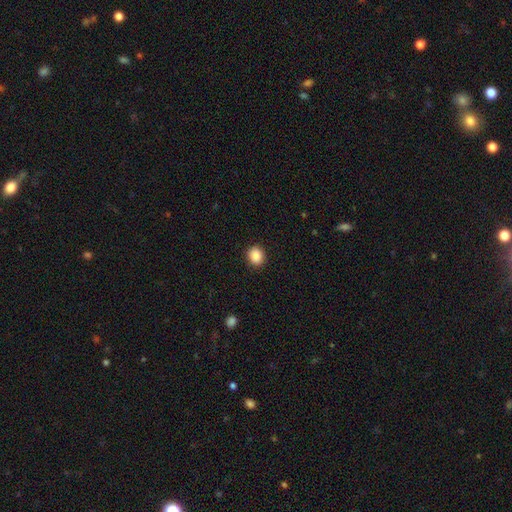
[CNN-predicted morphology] This is clearly a smooth galaxy (88%). How rounded: likely round (75%). Merging: clearly none (91%).